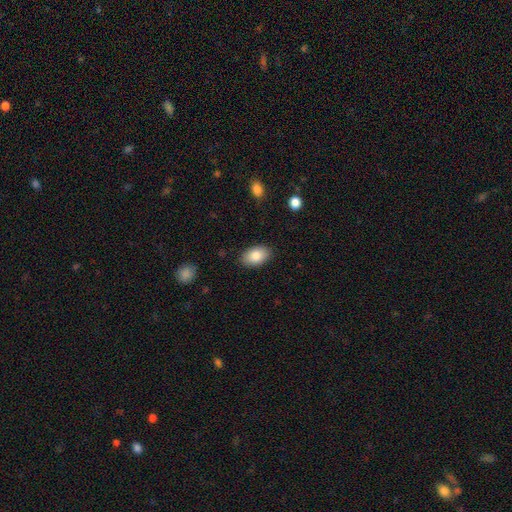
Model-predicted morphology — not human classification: smooth_or_featured: smooth (p=0.83) [alt: featured or disk p=0.10]
how_rounded: in between (p=0.92) [alt: round p=0.07]
merging: none (p=0.87) [alt: minor disturbance p=0.10]